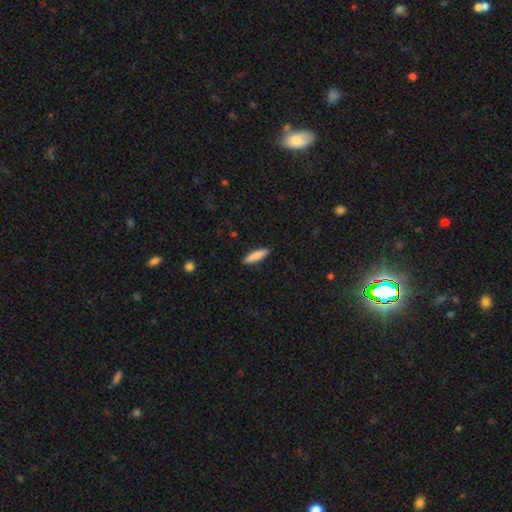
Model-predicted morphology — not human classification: This is clearly a smooth galaxy (84%). How rounded: likely cigar-shaped (69%). Merging: clearly none (90%).